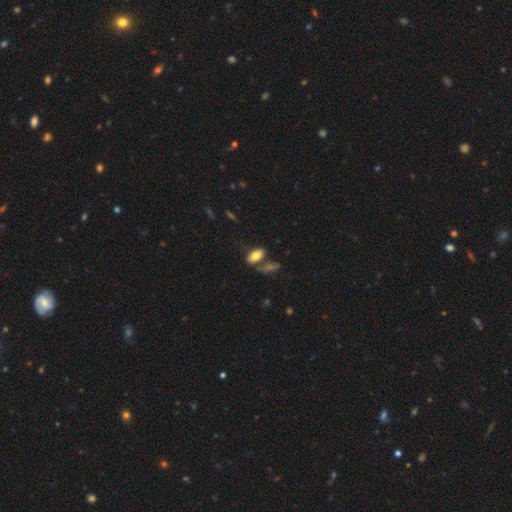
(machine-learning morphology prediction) A smooth galaxy with no disk features (77%) that is in between round and cigar-shaped (89%).

Vote fractions:
- Smooth or featured? smooth: 77% / featured or disk: 15% / star or artifact: 8%
- How rounded? in between: 89% / cigar-shaped: 7% / round: 4%
- Merging? none: 61% / merger: 19% / minor disturbance: 15% / major disturbance: 6%